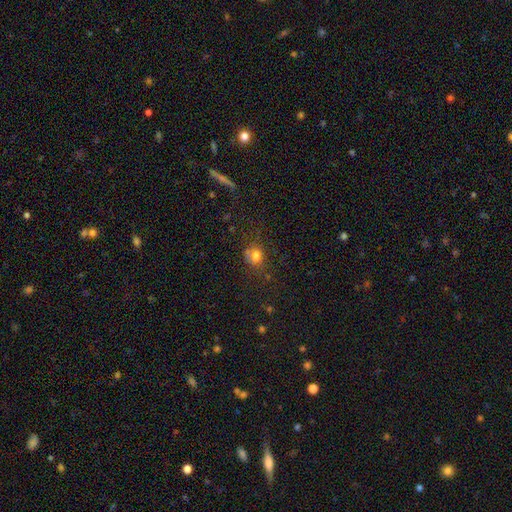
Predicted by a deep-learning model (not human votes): Smooth or featured?
  - smooth: 75% *
  - star or artifact: 15%
  - featured or disk: 10%
How rounded?
  - round: 66% *
  - in between: 32%
  - cigar-shaped: 1%
Merging?
  - none: 60% *
  - minor disturbance: 20%
  - merger: 11%
  - major disturbance: 9%